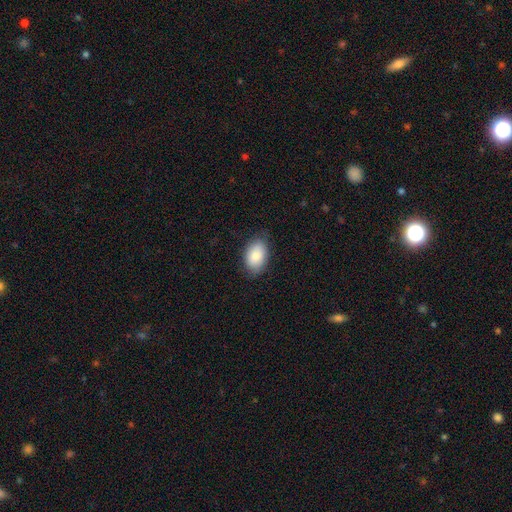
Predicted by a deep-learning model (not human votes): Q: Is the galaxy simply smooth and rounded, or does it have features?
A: smooth — 84%.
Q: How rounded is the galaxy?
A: in between — 89%.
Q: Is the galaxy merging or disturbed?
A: none — 79%.